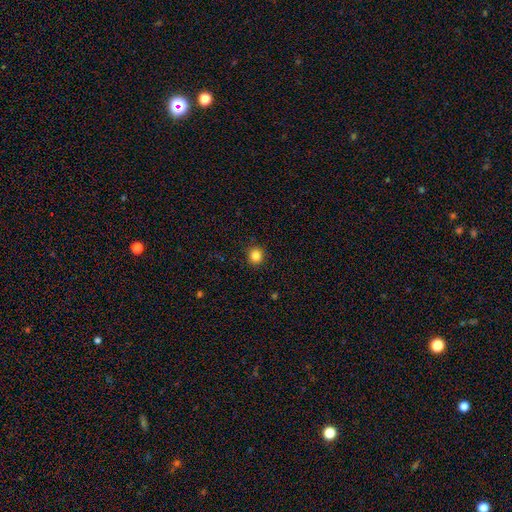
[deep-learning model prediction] This is clearly a smooth galaxy (85%). How rounded: clearly round (89%). Merging: clearly none (91%).